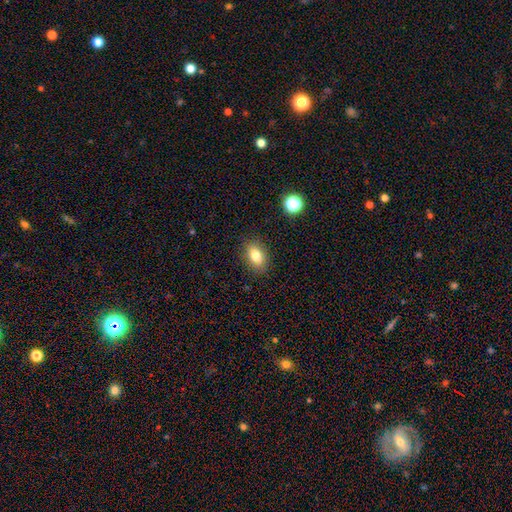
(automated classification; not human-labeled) Smooth or featured? Predicted: smooth (p=0.80). How rounded? Predicted: in between (p=0.84). Merging? Predicted: none (p=0.87).